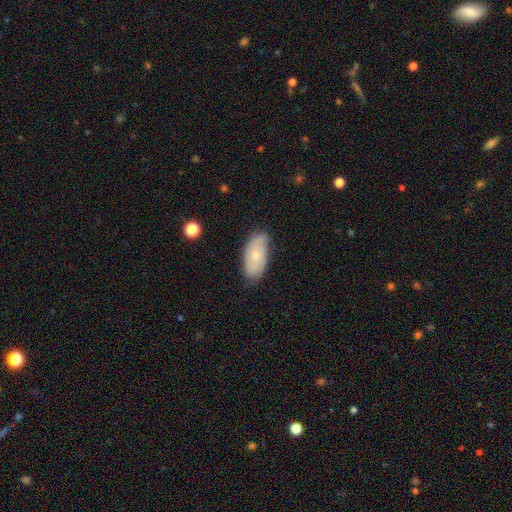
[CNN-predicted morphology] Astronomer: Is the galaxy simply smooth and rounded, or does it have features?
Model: smooth — 56% (runner-up: featured or disk, 37%).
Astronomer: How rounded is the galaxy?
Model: in between — 91%.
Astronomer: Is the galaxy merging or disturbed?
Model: none — 70%.